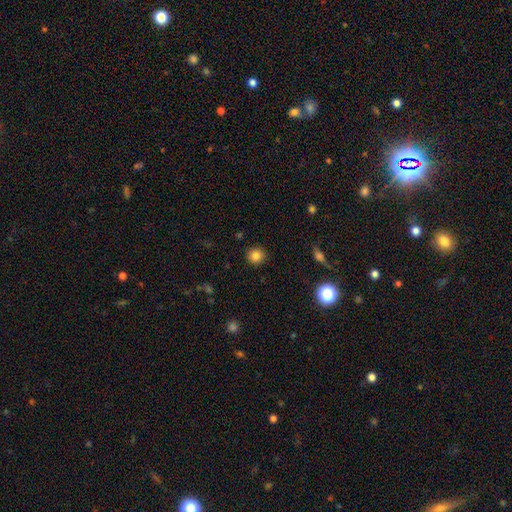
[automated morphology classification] Smooth or featured: smooth — 84% (star or artifact — 12%)
How rounded: round — 91% (in between — 8%)
Merging: none — 91% (minor disturbance — 6%)